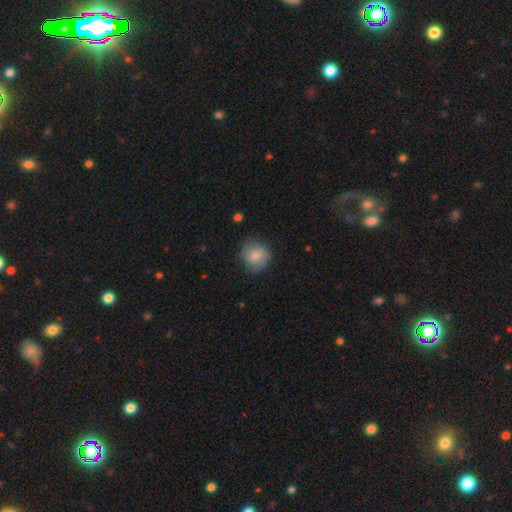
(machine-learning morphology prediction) The model was most divided on "merging": none: 78%, minor disturbance: 17%, major disturbance: 4%, merger: 1%. More confident: how rounded — round (87%); smooth or featured — smooth (83%).